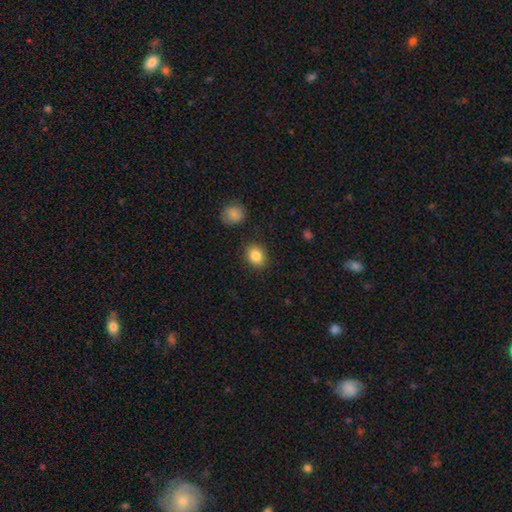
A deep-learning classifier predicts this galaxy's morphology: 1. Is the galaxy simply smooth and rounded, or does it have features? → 85% smooth, 9% star or artifact, 6% featured or disk.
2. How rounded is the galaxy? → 51% in between, 48% round, 1% cigar-shaped.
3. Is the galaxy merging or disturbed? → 87% none, 9% minor disturbance, 3% major disturbance, 2% merger.